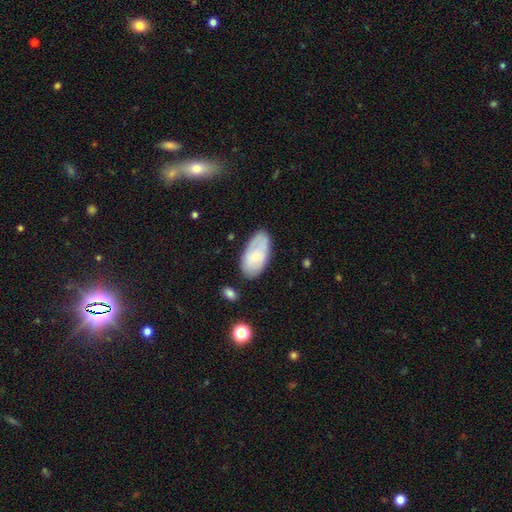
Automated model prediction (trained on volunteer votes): A smooth galaxy with no disk features (60%) that is in between round and cigar-shaped (94%). Merging: none (72%).